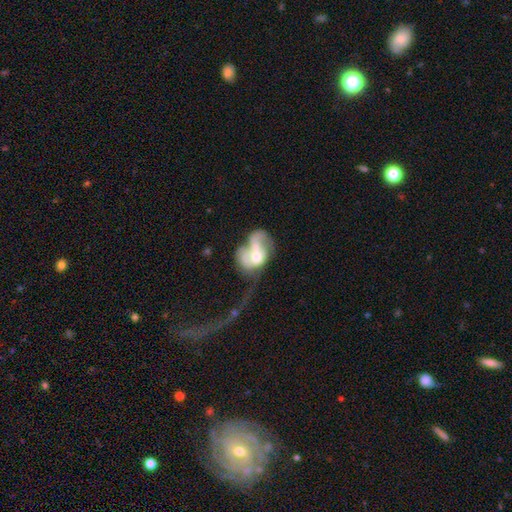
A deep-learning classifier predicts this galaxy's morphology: featured or disk 51%, smooth 41%, star or artifact 8%. Down the decision tree: edge-on disk — no (97%); merging — merger (58%).